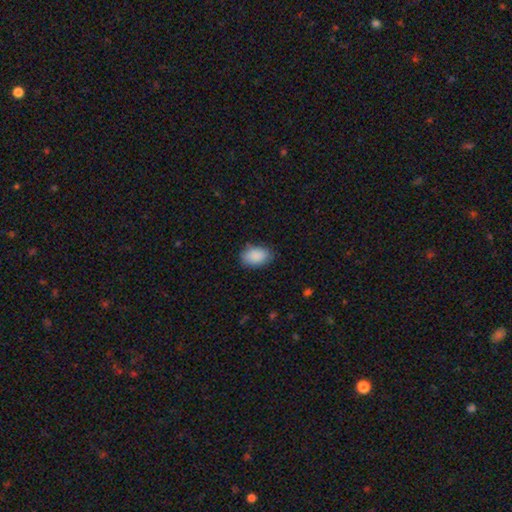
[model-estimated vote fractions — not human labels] A smooth galaxy with no disk features (90%) that is in between round and cigar-shaped (89%). Merging: none (79%).